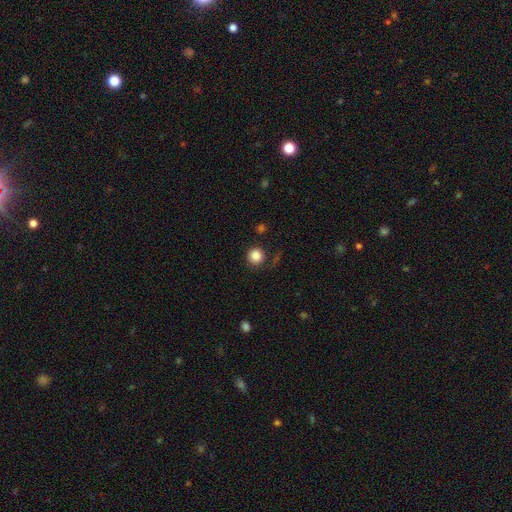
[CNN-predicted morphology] Overall: smooth (86%). How rounded: round (94%). Merging: none (83%).